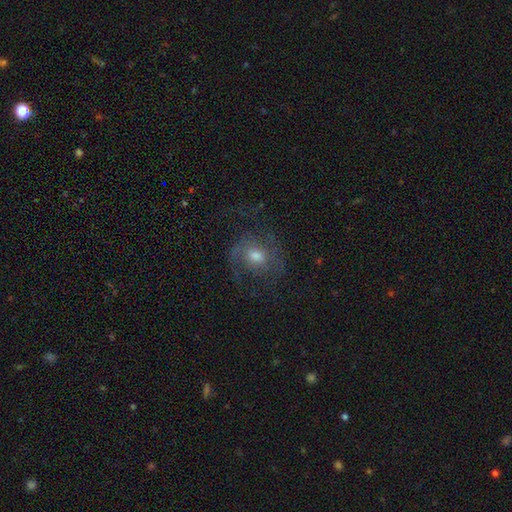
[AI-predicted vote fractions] Morphology: type=featured or disk (66%); edge-on=no (97%); bar=no (63%); spiral arms=yes (86%); winding=medium (49%); arm count=2 (67%); bulge=moderate (64%); merging=none (61%).